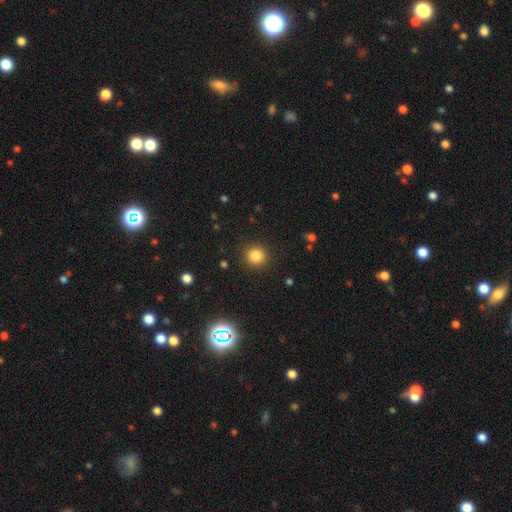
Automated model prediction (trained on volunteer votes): This appears to be a smooth galaxy with no disk features (82%) that is round (92%). Merging: none (91%).